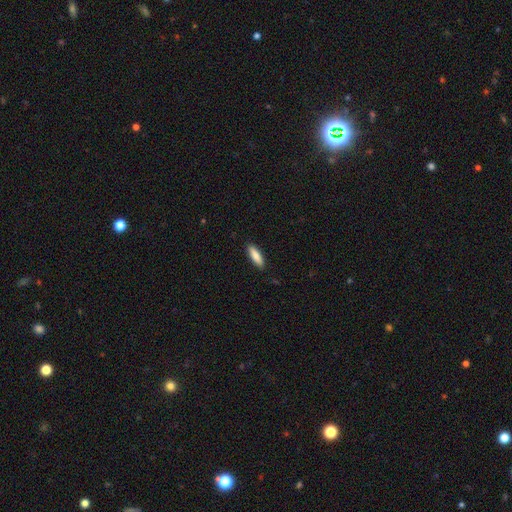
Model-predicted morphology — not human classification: smooth 83%, featured or disk 11%, star or artifact 5%. Down the decision tree: how rounded — cigar-shaped (57%); merging — none (89%).